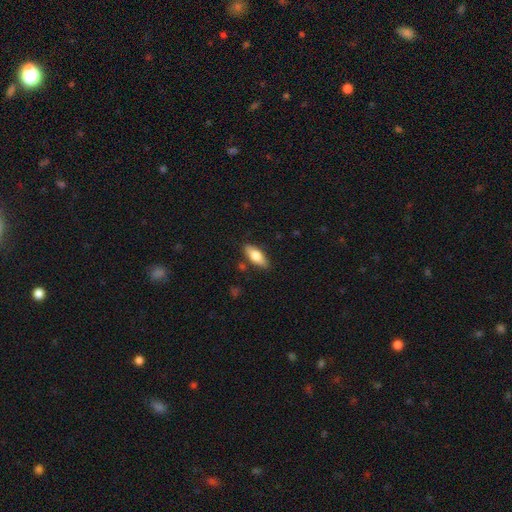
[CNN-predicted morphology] smooth 69%, featured or disk 25%, star or artifact 6%. Down the decision tree: how rounded — in between (72%); merging — none (84%).